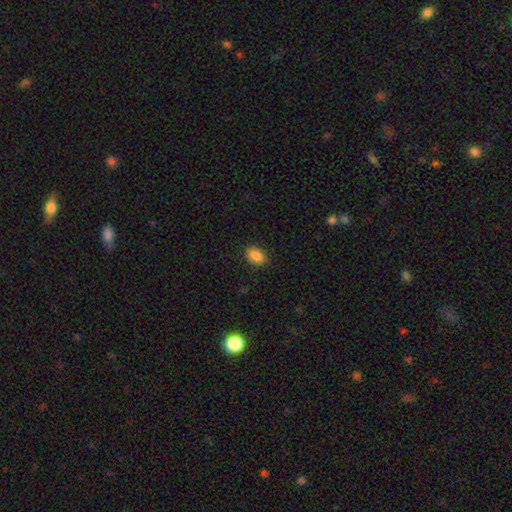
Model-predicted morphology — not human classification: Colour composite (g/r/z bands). It shows a smooth galaxy with no disk features (87%) that is in between round and cigar-shaped (86%). Merging: none (87%).